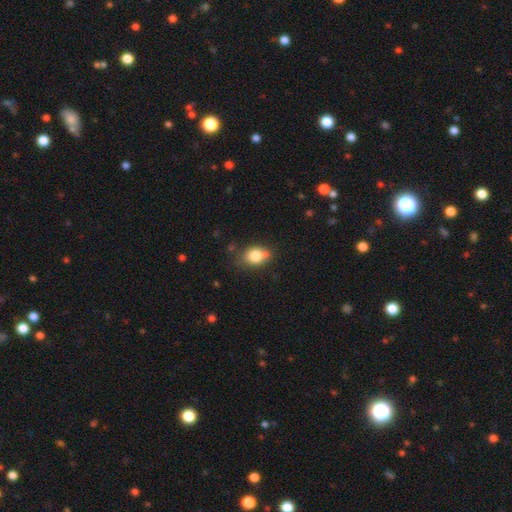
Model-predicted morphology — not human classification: This is clearly a smooth galaxy (81%). How rounded: possibly in between (60%). Merging: likely none (62%).